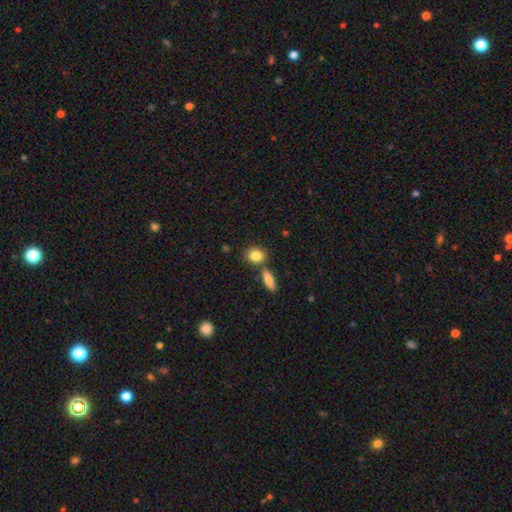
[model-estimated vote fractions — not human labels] smooth_or_featured: smooth (p=0.84) [alt: featured or disk p=0.08]
how_rounded: round (p=0.54) [alt: in between p=0.42]
merging: none (p=0.65) [alt: merger p=0.21]